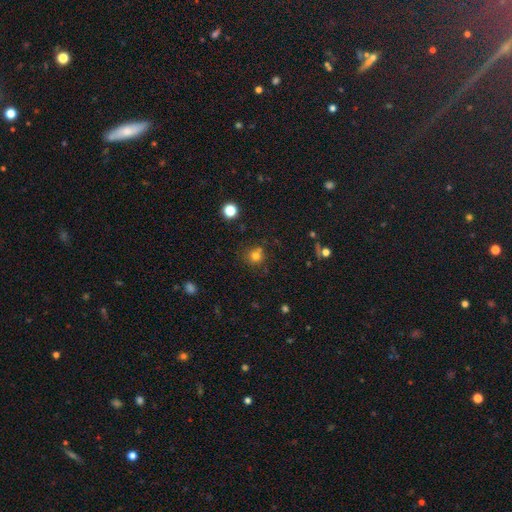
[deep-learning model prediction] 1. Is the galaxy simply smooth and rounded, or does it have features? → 75% smooth, 18% star or artifact, 8% featured or disk.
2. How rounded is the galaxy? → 91% round, 8% in between, 1% cigar-shaped.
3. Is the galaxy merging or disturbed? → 74% none, 11% merger, 11% minor disturbance, 4% major disturbance.